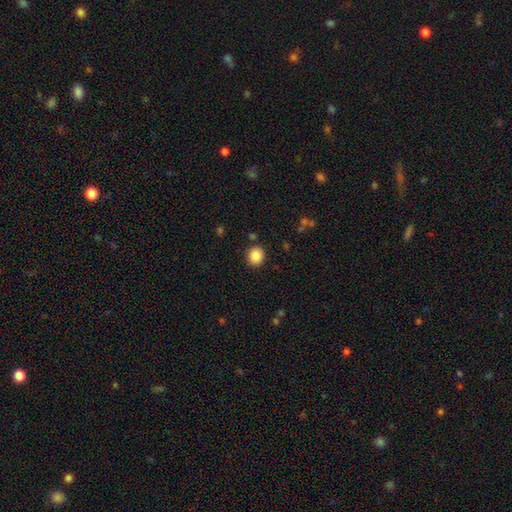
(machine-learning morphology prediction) This is clearly a smooth galaxy (87%). How rounded: likely round (76%). Merging: clearly none (88%).